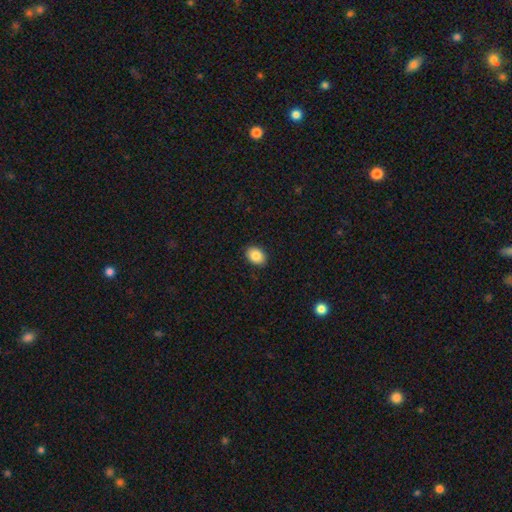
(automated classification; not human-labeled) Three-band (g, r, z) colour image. It shows a smooth galaxy with no disk features (86%) that is in between round and cigar-shaped (73%). Merging: none (90%).